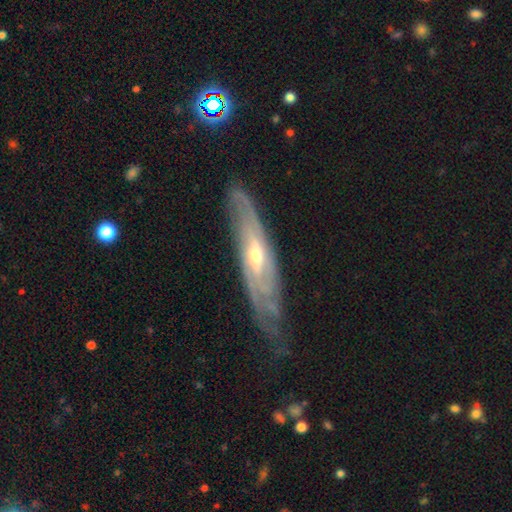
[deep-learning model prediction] smooth-or-featured: featured or disk: 81% | smooth: 14% | star or artifact: 5%
  disk-edge-on: no: 66% | yes: 34%
    bar: no: 50% | weak: 36% | strong: 14%
    has-spiral-arms: yes: 88% | no: 12%
    bulge-size: moderate: 52% | small: 44% | large: 2% | none: 1% | dominant: 1%
  merging: none: 73% | minor disturbance: 19% | major disturbance: 7% | merger: 2%